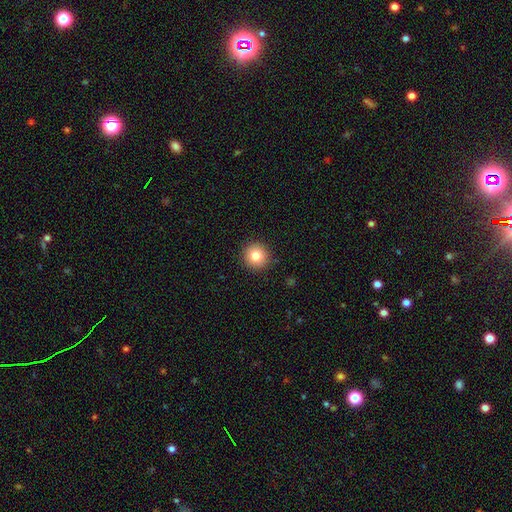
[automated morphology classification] type=smooth (82%); roundness=round (95%); merging=none (92%).